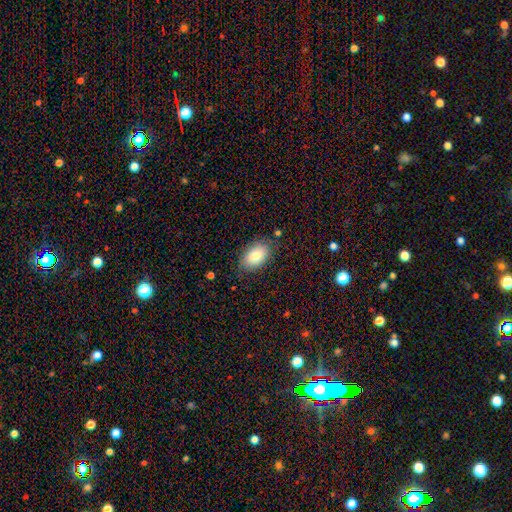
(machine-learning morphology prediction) Smooth or featured: smooth — 81% (featured or disk — 11%)
How rounded: in between — 91% (round — 7%)
Merging: none — 81% (minor disturbance — 14%)